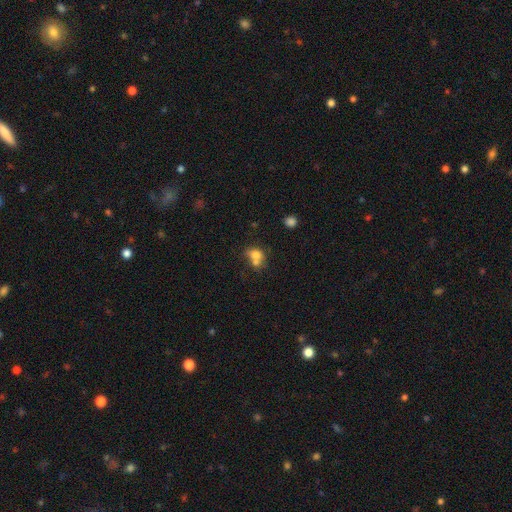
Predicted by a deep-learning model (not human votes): Overall: smooth (74%). How rounded: in between (50%; round 49%). Merging: merger (53%; none 30%).